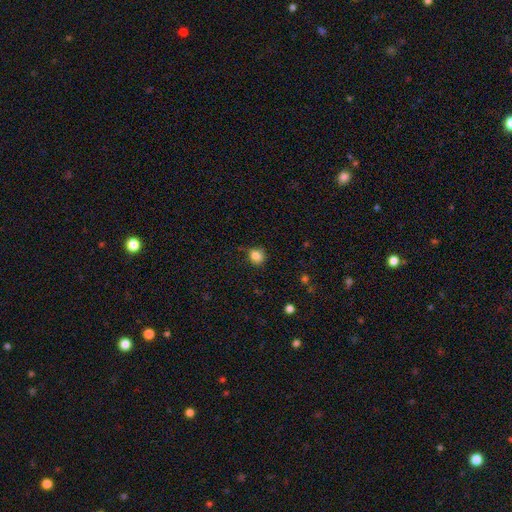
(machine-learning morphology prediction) Smooth or featured? Predicted: smooth (p=0.84). How rounded? Predicted: round (p=0.79). Merging? Predicted: none (p=0.71).